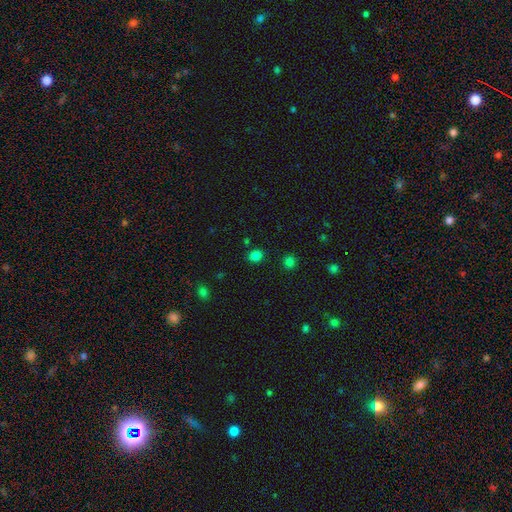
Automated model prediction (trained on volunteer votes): smooth_or_featured: smooth (p=0.80) [alt: star or artifact p=0.15]
how_rounded: round (p=0.64) [alt: in between p=0.36]
merging: none (p=0.85) [alt: minor disturbance p=0.09]